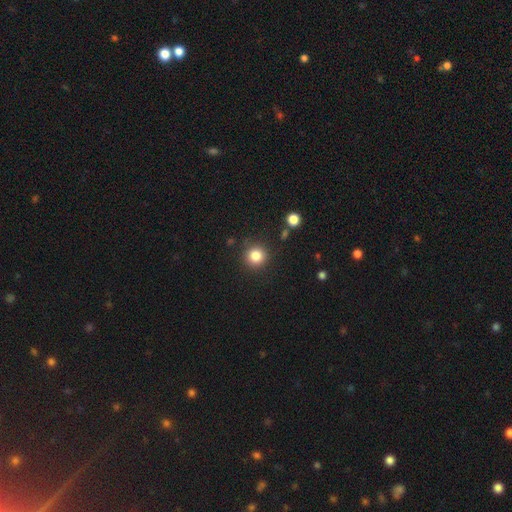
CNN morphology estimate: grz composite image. It shows a smooth galaxy with no disk features (83%) that is round (93%). Merging: none (88%).